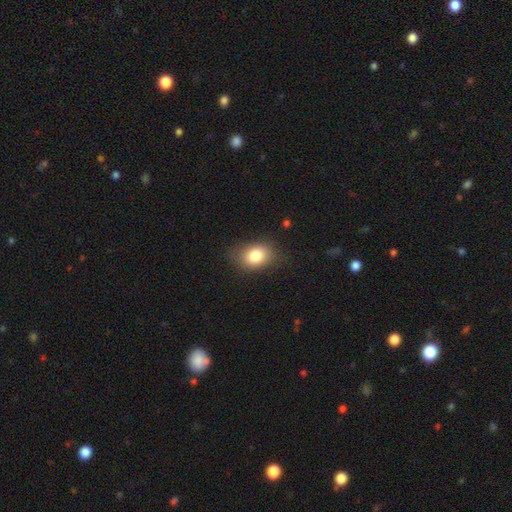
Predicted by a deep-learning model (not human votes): This is clearly a smooth galaxy (81%). How rounded: likely in between (74%). Merging: likely none (77%).